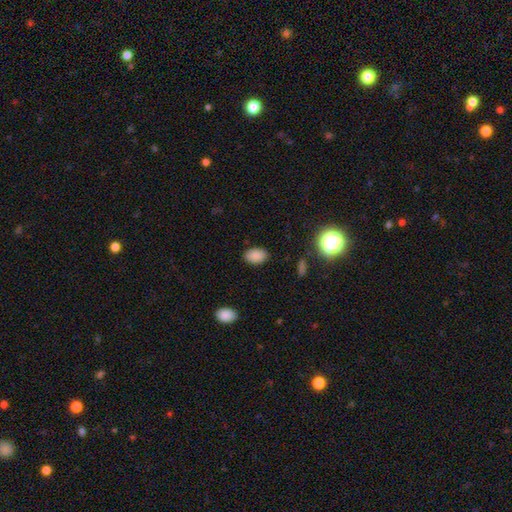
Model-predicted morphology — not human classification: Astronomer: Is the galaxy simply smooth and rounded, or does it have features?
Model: smooth — 86%.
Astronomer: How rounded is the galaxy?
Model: in between — 87%.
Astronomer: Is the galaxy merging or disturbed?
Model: none — 87%.